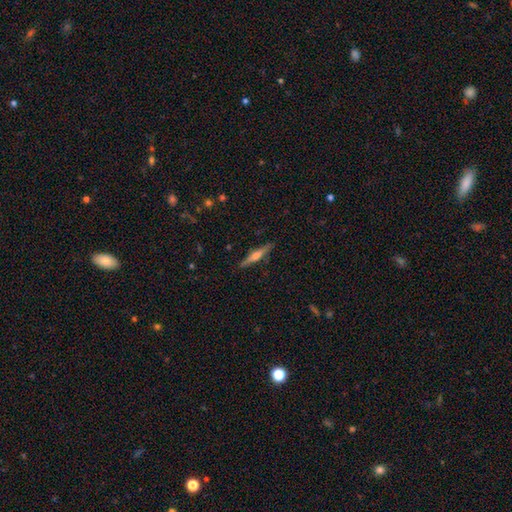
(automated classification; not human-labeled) A featured or disk galaxy (65%) viewed edge-on (98%) with a rounded central bulge (81%).

Vote fractions:
- Smooth or featured? featured or disk: 65% / smooth: 29% / star or artifact: 6%
- Edge-on disk? yes: 98% / no: 2%
- Edge-on bulge? rounded: 81% / boxy: 11% / none: 8%
- Merging? none: 90% / minor disturbance: 7% / major disturbance: 2% / merger: 1%